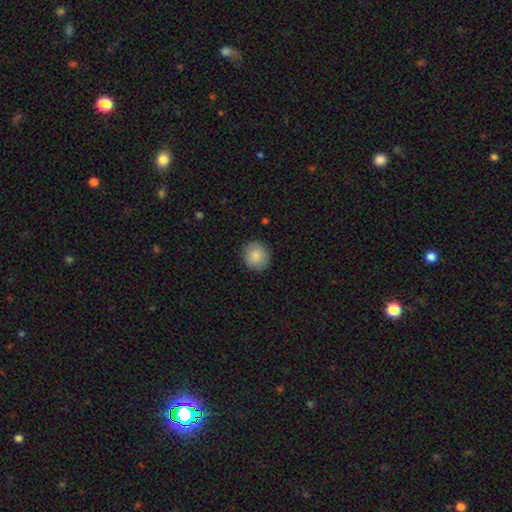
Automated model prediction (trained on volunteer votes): This appears to be a smooth galaxy with no disk features (88%) that is round (90%). Merging: none (90%).